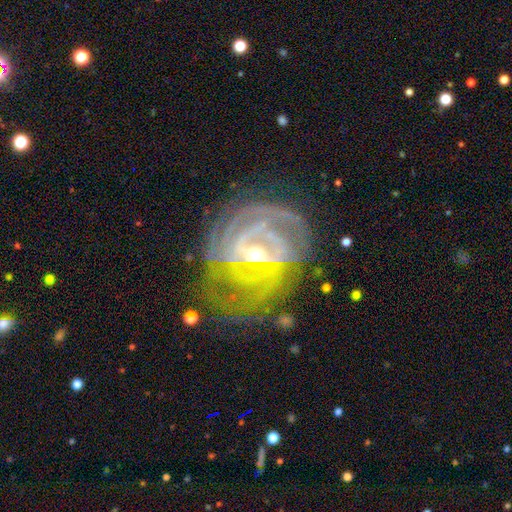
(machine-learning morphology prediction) A featured or disk galaxy (89%) with a strong bar (57%), tight (72%) spiral arms (95%) and a moderate central bulge (56%). Merging: none (66%).